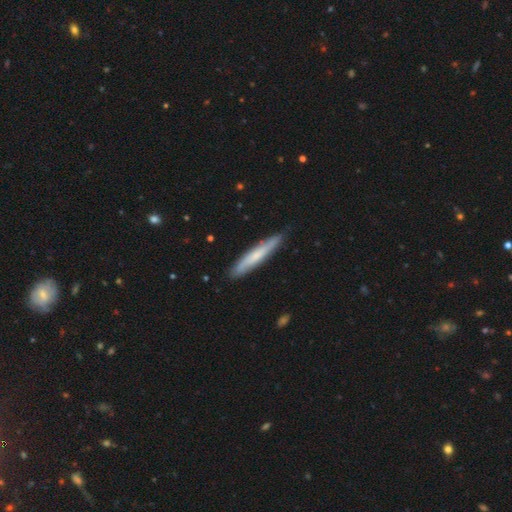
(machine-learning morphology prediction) Overall: smooth (57%; featured or disk 38%). How rounded: cigar-shaped (93%). Merging: none (86%).